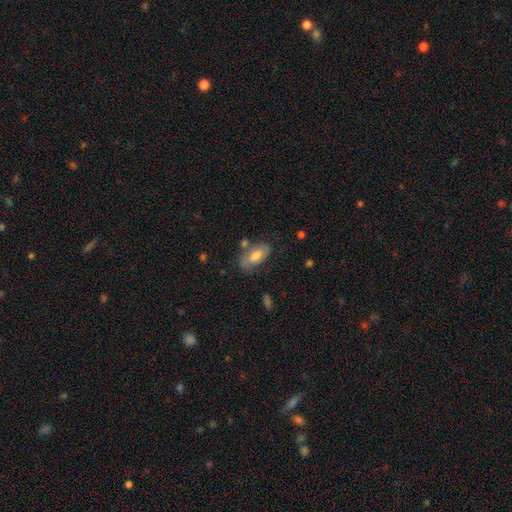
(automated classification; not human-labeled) Smooth or featured? Predicted: smooth (p=0.65). How rounded? Predicted: in between (p=0.90). Merging? Predicted: none (p=0.60).